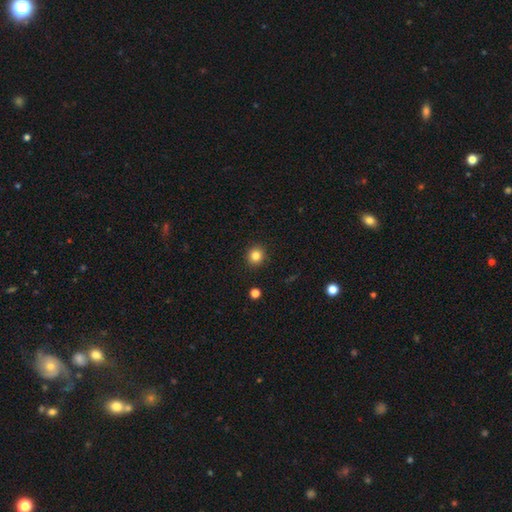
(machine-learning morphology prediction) smooth-or-featured: smooth: 83% | star or artifact: 12% | featured or disk: 6%
  how-rounded: round: 89% | in between: 10% | cigar-shaped: 1%
  merging: none: 92% | minor disturbance: 5% | major disturbance: 2% | merger: 1%